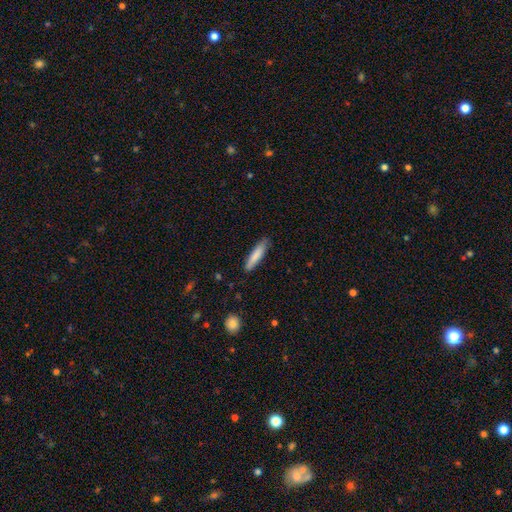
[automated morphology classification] type=smooth (83%); roundness=cigar-shaped (83%); merging=none (82%).